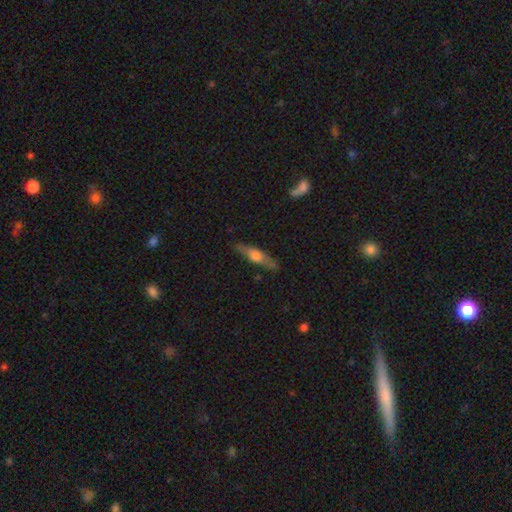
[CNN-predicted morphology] Smooth or featured?
  - featured or disk: 49% *
  - smooth: 45%
  - star or artifact: 6%
Merging?
  - none: 81% *
  - minor disturbance: 14%
  - major disturbance: 3%
  - merger: 2%